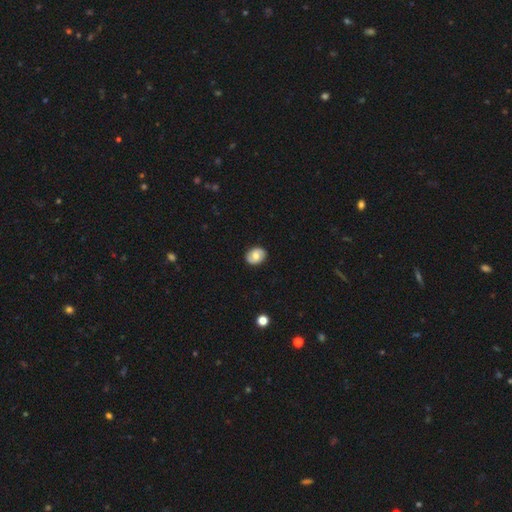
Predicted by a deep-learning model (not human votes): Morphology: type=smooth (56%); roundness=in between (56%); merging=none (88%).